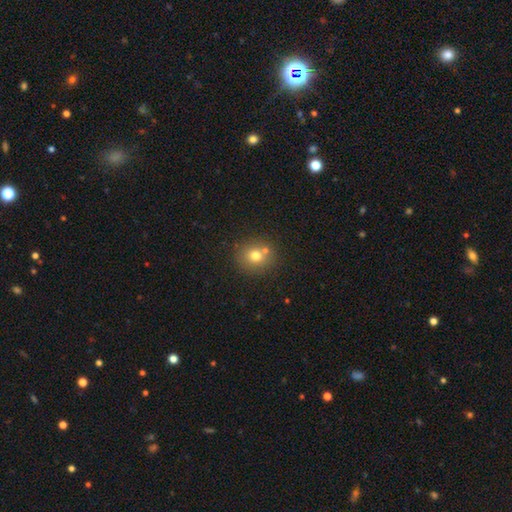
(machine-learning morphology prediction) type=smooth (72%); roundness=round (84%); merging=none (69%).